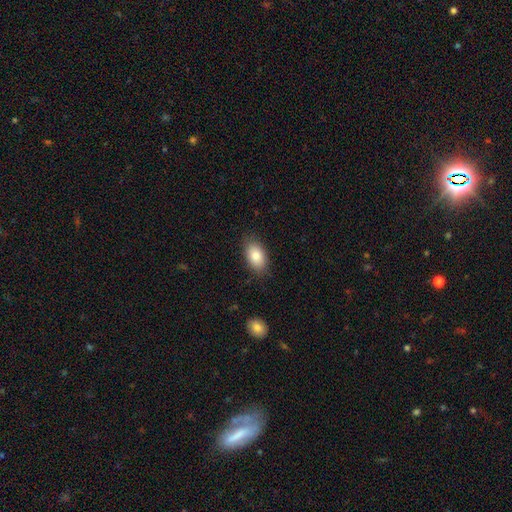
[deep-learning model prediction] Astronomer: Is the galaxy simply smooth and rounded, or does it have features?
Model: smooth — 84%.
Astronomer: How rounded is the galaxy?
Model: in between — 92%.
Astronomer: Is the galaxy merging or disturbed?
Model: none — 84%.